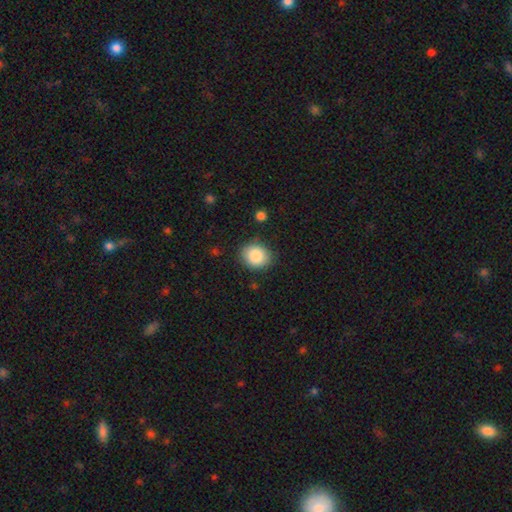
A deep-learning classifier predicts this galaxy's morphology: A smooth galaxy with no disk features (87%) that is round (67%). Merging: none (84%).